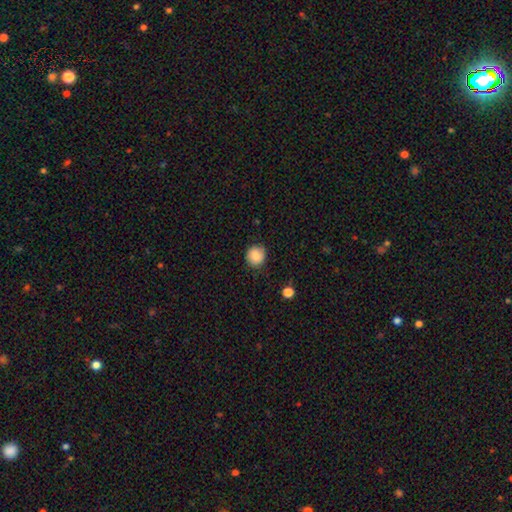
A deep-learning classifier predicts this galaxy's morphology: Overall: smooth (85%). How rounded: round (87%). Merging: none (82%).